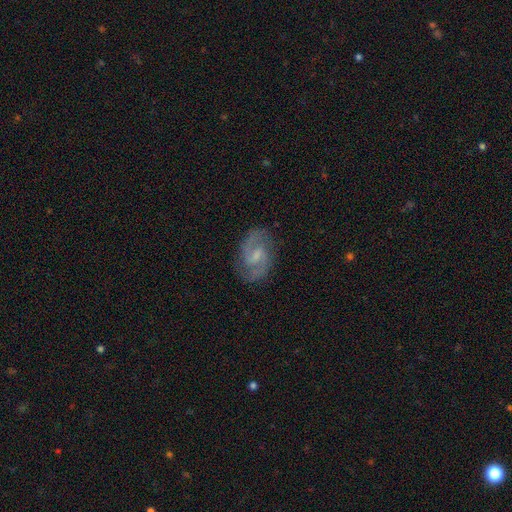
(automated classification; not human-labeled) Smooth or featured? featured or disk (86%)
Edge-on disk? no (98%)
Bar? weak (62%)
Spiral arms? yes (97%)
Spiral winding? medium (59%)
Spiral arm count? 2 (92%)
Bulge size? small (48%)
Merging? none (81%)